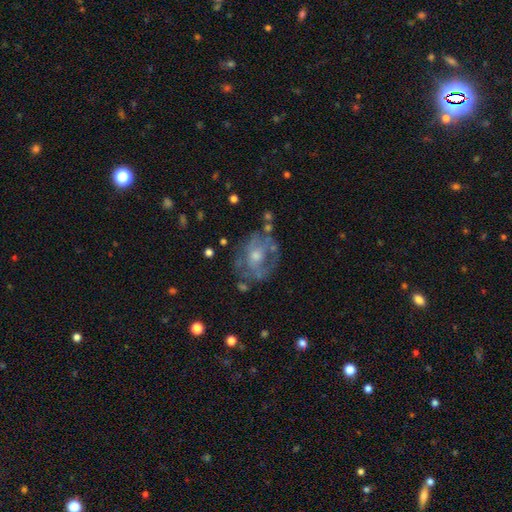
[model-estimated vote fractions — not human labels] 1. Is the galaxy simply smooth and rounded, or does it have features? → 66% featured or disk, 24% smooth, 10% star or artifact.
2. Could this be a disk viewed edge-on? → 96% no, 4% yes.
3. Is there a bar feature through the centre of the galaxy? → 78% no, 18% weak, 4% strong.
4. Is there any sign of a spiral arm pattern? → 57% no, 43% yes.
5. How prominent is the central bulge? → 55% moderate, 36% small, 4% large, 3% none, 1% dominant.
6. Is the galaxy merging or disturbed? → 59% none, 21% minor disturbance, 16% major disturbance, 4% merger.